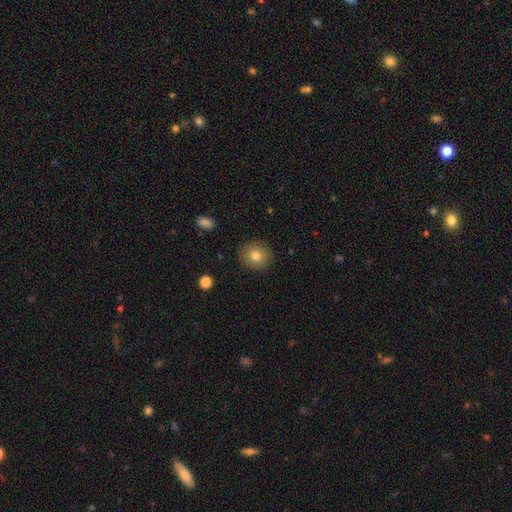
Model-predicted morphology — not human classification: Smooth or featured?
  - smooth: 78% *
  - featured or disk: 12%
  - star or artifact: 10%
How rounded?
  - round: 86% *
  - in between: 13%
  - cigar-shaped: 1%
Merging?
  - none: 89% *
  - minor disturbance: 8%
  - major disturbance: 2%
  - merger: 1%